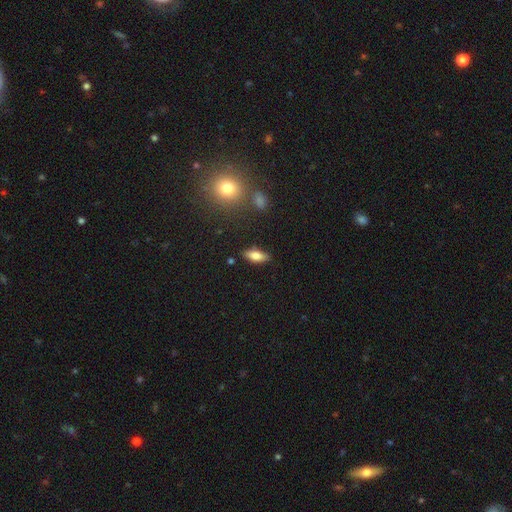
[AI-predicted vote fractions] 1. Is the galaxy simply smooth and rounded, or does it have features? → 67% smooth, 25% featured or disk, 8% star or artifact.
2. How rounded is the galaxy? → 68% in between, 29% cigar-shaped, 3% round.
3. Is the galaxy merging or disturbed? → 85% none, 10% minor disturbance, 2% major disturbance, 2% merger.